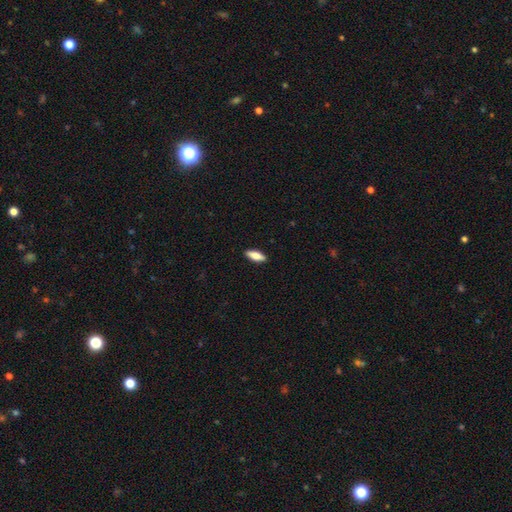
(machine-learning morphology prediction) Smooth or featured: smooth — 77% (featured or disk — 17%)
How rounded: in between — 63% (cigar-shaped — 35%)
Merging: none — 90% (minor disturbance — 7%)